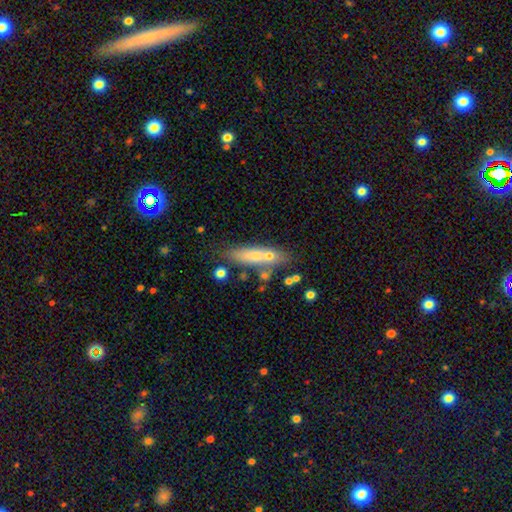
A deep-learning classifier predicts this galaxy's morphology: The model was most divided on "smooth or featured": smooth: 61%, featured or disk: 30%, star or artifact: 9%. More confident: how rounded — cigar-shaped (67%); merging — none (60%).